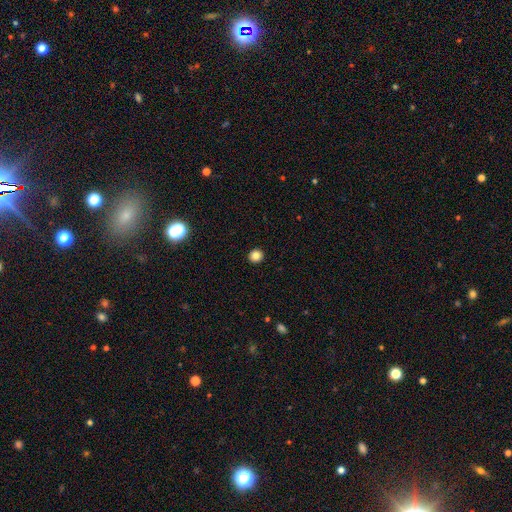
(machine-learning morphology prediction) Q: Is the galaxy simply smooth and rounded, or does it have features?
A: smooth — 83%.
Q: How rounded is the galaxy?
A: round — 91%.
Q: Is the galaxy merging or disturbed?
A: none — 93%.